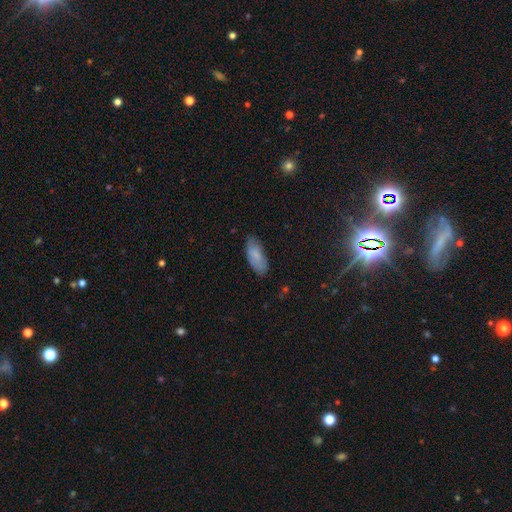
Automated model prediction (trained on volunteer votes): A smooth galaxy with no disk features (81%) that is in between round and cigar-shaped (82%). Merging: none (73%).